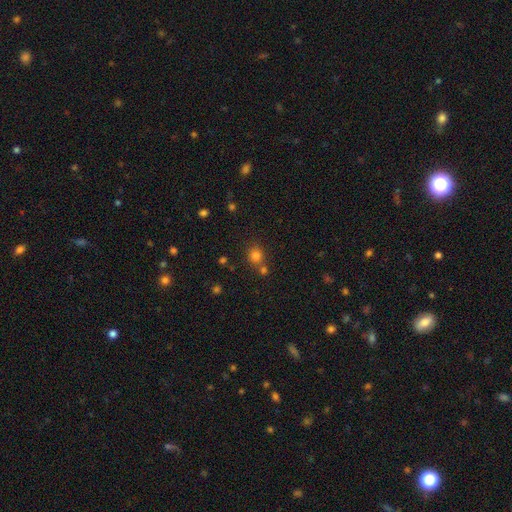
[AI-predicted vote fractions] This appears to be a smooth galaxy with no disk features (79%) that is round (86%). Merging: none (67%).